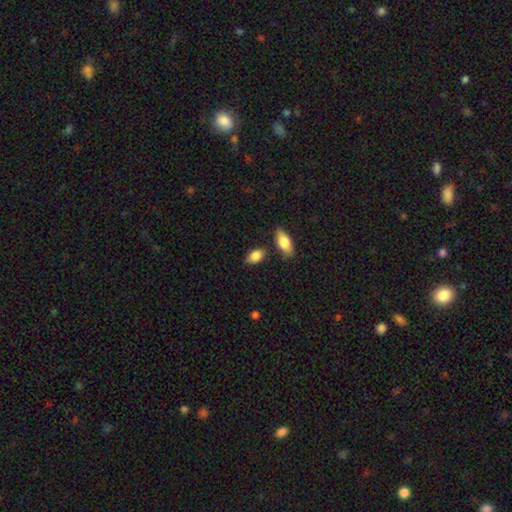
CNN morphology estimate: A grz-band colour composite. It shows a smooth galaxy with no disk features (85%) that is in between round and cigar-shaped (86%). Merging: none (74%).